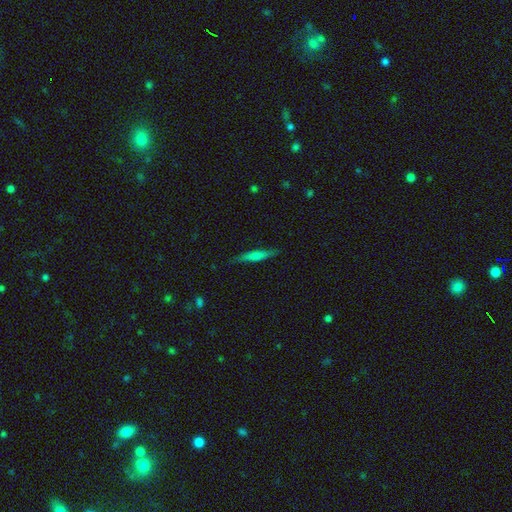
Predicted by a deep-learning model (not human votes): A smooth galaxy with no disk features (58%) that is cigar-shaped (89%).

Vote fractions:
- Smooth or featured? smooth: 58% / featured or disk: 35% / star or artifact: 7%
- How rounded? cigar-shaped: 89% / in between: 9% / round: 2%
- Merging? none: 85% / minor disturbance: 11% / major disturbance: 2% / merger: 1%